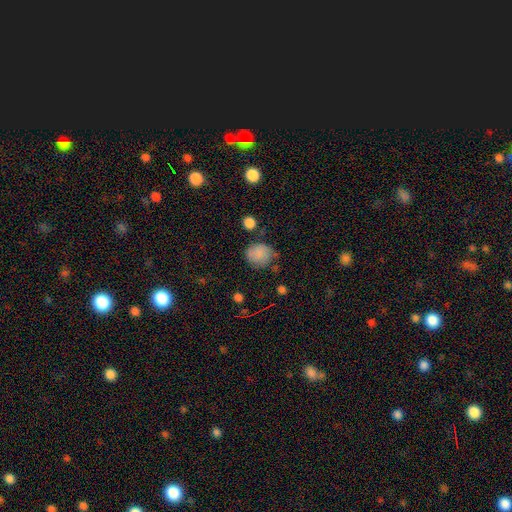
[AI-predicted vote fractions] Smooth or featured? Predicted: smooth (p=0.84). How rounded? Predicted: round (p=0.77). Merging? Predicted: none (p=0.67).